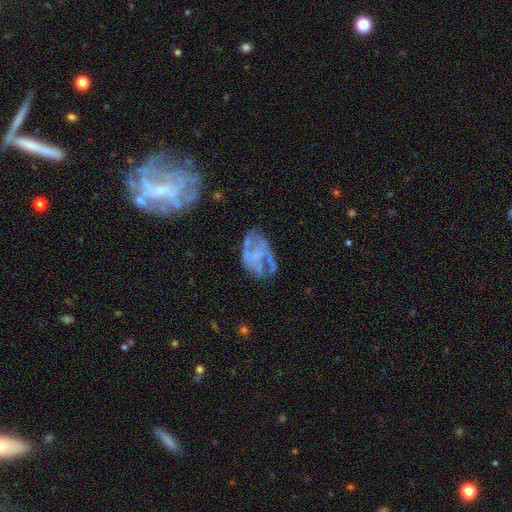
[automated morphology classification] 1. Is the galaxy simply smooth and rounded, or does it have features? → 69% featured or disk, 21% smooth, 10% star or artifact.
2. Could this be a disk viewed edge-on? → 97% no, 3% yes.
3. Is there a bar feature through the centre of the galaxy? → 71% no, 23% weak, 7% strong.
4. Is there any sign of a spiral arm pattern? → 57% yes, 43% no.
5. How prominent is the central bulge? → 66% none, 19% small, 11% moderate, 3% large, 1% dominant.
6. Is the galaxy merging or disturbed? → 47% none, 24% minor disturbance, 23% major disturbance, 6% merger.